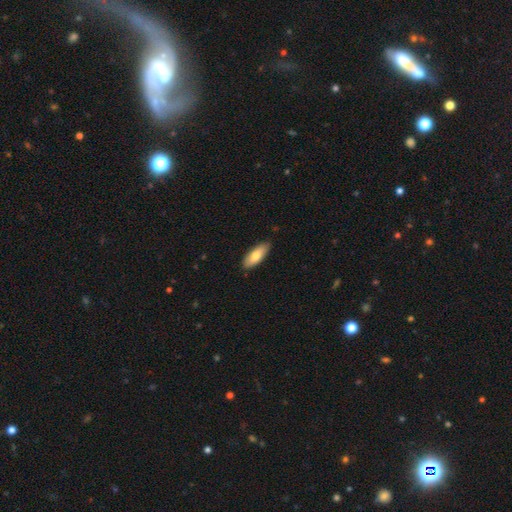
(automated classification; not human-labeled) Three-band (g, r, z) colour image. It shows a smooth galaxy with no disk features (76%) that is in between round and cigar-shaped (74%). Merging: none (87%).